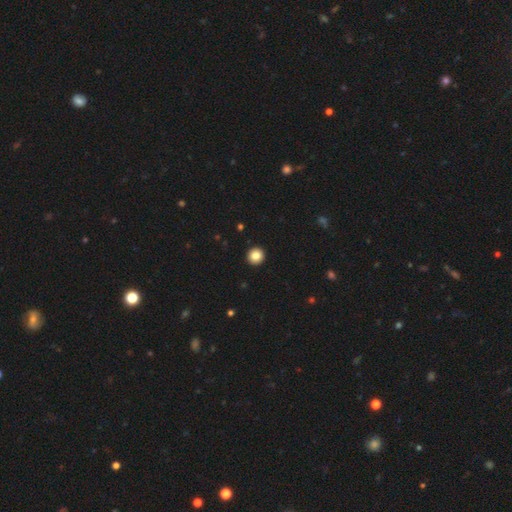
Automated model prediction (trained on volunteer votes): The model was most divided on "smooth or featured": smooth: 85%, star or artifact: 10%, featured or disk: 5%. More confident: merging — none (94%); how rounded — round (93%).